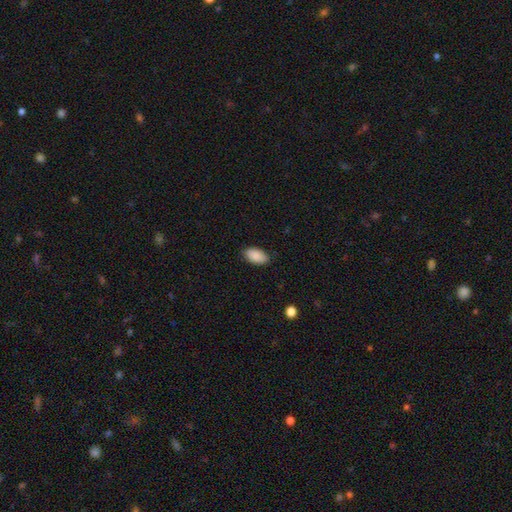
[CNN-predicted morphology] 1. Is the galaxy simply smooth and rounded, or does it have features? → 89% smooth, 7% star or artifact, 4% featured or disk.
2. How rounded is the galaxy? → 94% in between, 4% round, 2% cigar-shaped.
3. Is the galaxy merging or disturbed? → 85% none, 12% minor disturbance, 2% major disturbance, 1% merger.